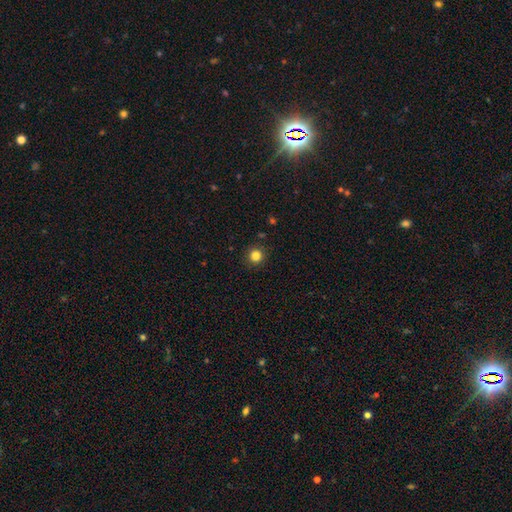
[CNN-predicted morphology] This appears to be a smooth galaxy with no disk features (83%) that is round (94%). Merging: none (91%).